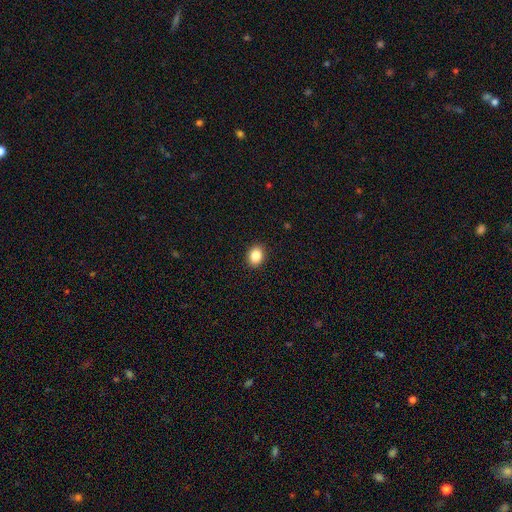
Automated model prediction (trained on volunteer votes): Overall: smooth (87%). How rounded: in between (54%; round 45%). Merging: none (91%).